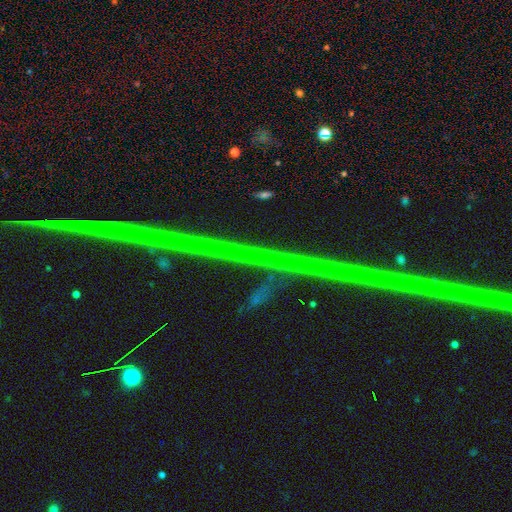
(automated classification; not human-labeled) Smooth or featured: star or artifact — 89% (featured or disk — 7%)